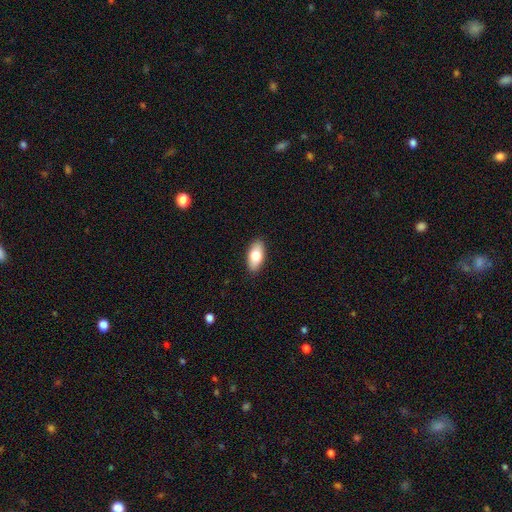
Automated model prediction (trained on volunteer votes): Smooth or featured? Predicted: smooth (p=0.78). How rounded? Predicted: in between (p=0.91). Merging? Predicted: none (p=0.89).